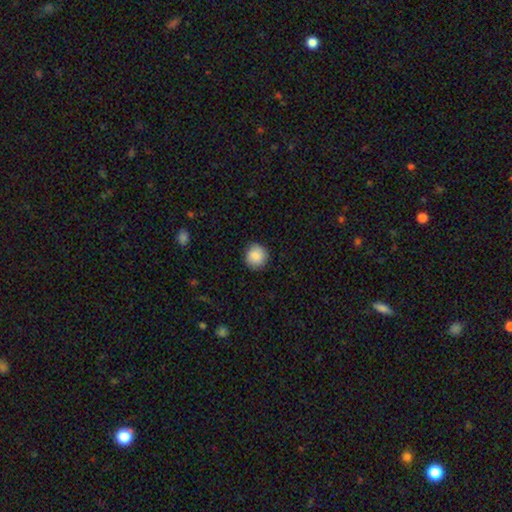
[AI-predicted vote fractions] Morphology: type=smooth (86%); roundness=round (93%); merging=none (87%).